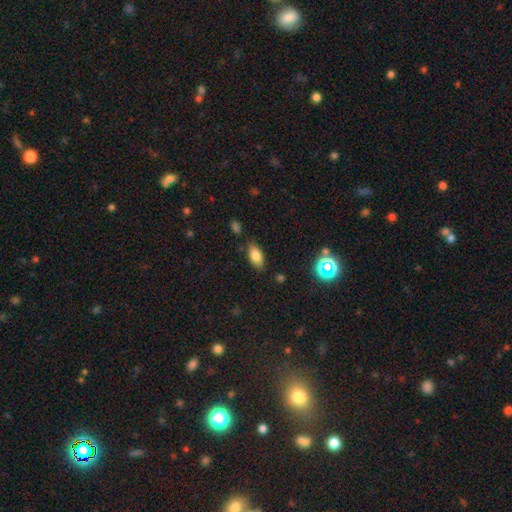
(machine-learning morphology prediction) A smooth galaxy with no disk features (79%) that is in between round and cigar-shaped (88%). Merging: none (81%).